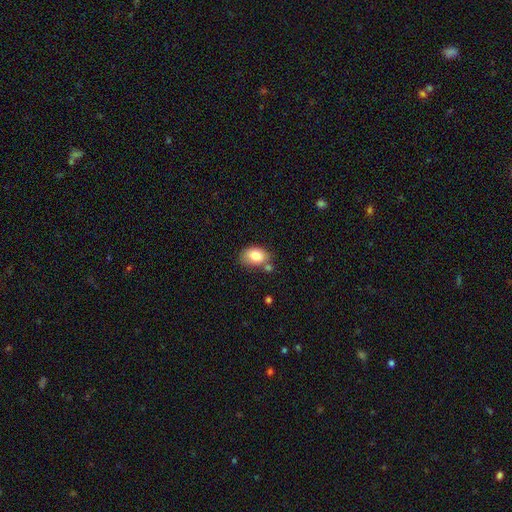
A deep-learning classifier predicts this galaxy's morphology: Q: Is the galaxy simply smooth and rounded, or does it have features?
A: smooth — 84%.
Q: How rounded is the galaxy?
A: in between — 82%.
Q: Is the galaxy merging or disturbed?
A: none — 58%.